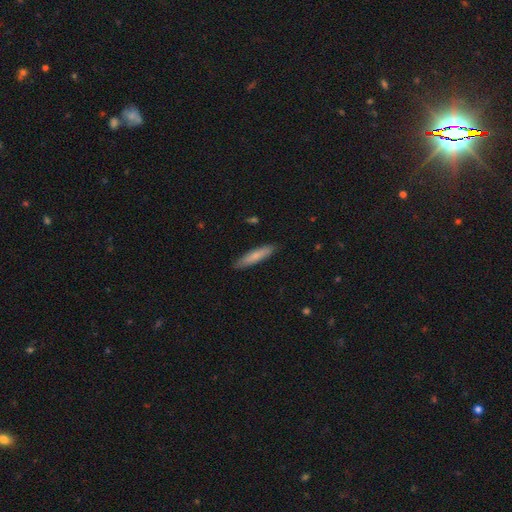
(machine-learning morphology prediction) Q: Smooth or featured?
A: smooth (76%); runner-up: featured or disk (18%)
Q: How rounded?
A: cigar-shaped (85%); runner-up: in between (14%)
Q: Merging?
A: none (88%); runner-up: minor disturbance (9%)